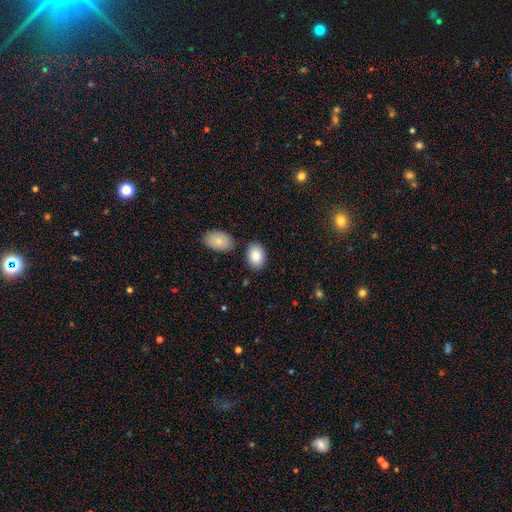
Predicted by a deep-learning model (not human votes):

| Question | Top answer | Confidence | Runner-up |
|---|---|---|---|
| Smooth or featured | smooth | 84% | featured or disk (9%) |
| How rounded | in between | 84% | round (15%) |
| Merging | none | 80% | minor disturbance (10%) |